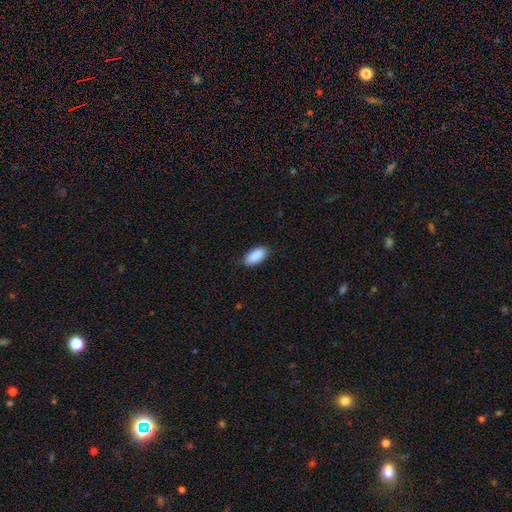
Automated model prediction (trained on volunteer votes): smooth_or_featured: smooth (p=0.91) [alt: star or artifact p=0.06]
how_rounded: in between (p=0.93) [alt: cigar-shaped p=0.05]
merging: none (p=0.86) [alt: minor disturbance p=0.11]